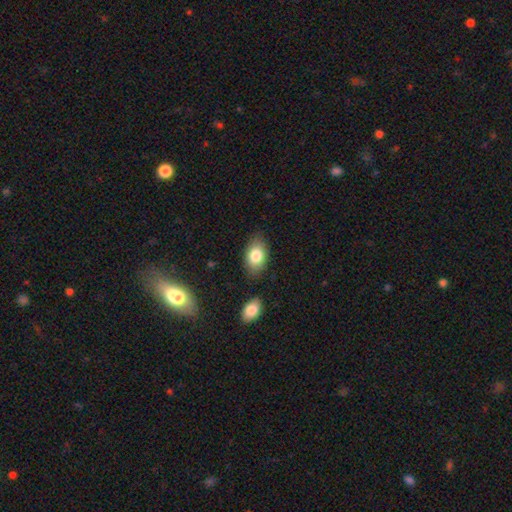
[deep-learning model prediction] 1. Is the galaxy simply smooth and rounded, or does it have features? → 82% smooth, 10% featured or disk, 7% star or artifact.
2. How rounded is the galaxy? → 88% in between, 11% round, 1% cigar-shaped.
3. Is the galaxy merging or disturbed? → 81% none, 13% minor disturbance, 4% merger, 3% major disturbance.